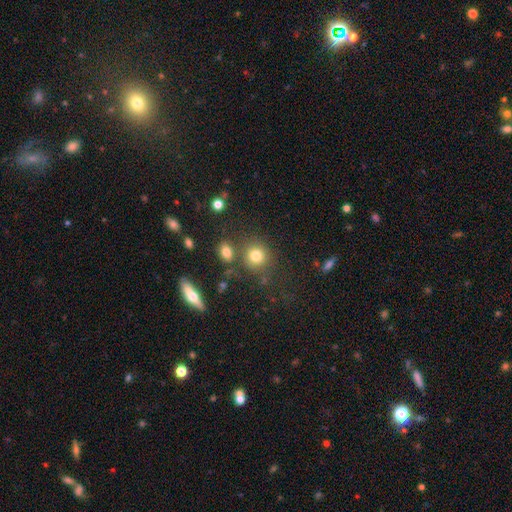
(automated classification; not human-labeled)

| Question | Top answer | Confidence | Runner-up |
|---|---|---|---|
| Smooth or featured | smooth | 77% | star or artifact (13%) |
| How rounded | round | 86% | in between (13%) |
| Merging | none | 72% | merger (13%) |